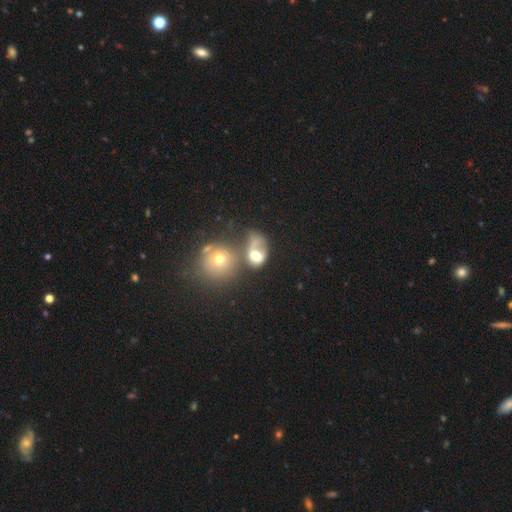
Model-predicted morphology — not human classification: This appears to be a smooth galaxy with no disk features (61%) that is in between round and cigar-shaped (54%). Merging: merger (51%).